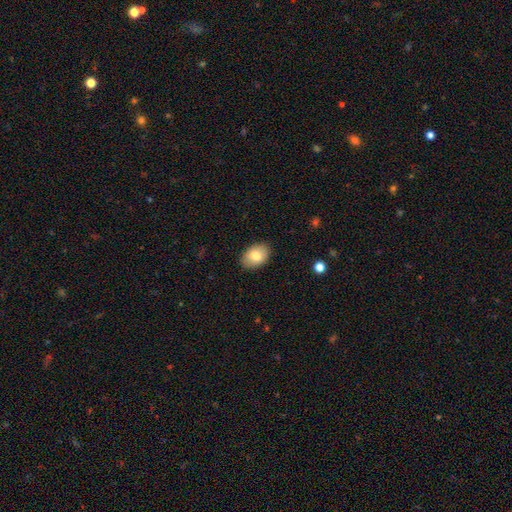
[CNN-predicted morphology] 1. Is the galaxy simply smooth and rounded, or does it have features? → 82% smooth, 11% featured or disk, 7% star or artifact.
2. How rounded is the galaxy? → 86% in between, 13% round, 1% cigar-shaped.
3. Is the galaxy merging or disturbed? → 87% none, 10% minor disturbance, 2% major disturbance, 1% merger.